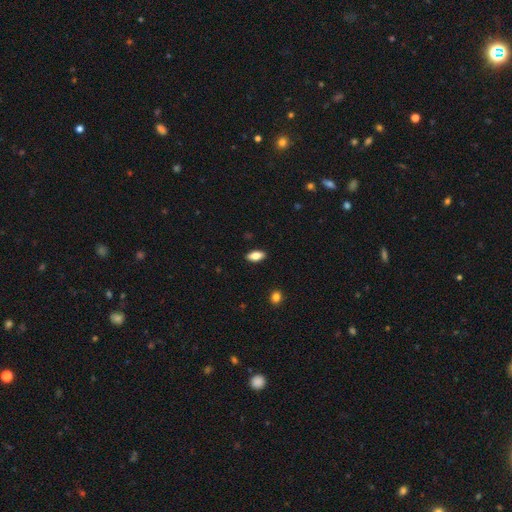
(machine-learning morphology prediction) This appears to be a smooth galaxy with no disk features (82%) that is in between round and cigar-shaped (88%). Merging: none (89%).